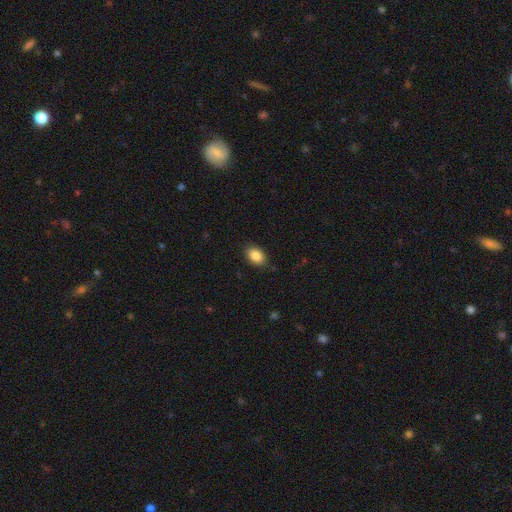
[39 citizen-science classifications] Smooth or featured? 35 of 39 (90%) said smooth. How rounded? 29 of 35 (83%) said in between. Merging? 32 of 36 (89%) said none.